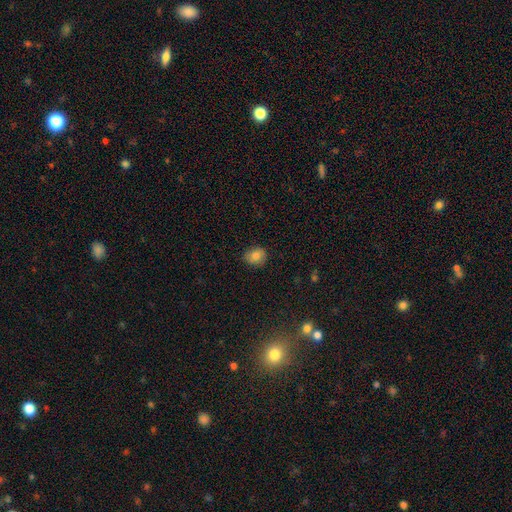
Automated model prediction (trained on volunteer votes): smooth-or-featured: smooth: 81% | star or artifact: 10% | featured or disk: 9%
  how-rounded: round: 70% | in between: 29% | cigar-shaped: 1%
  merging: none: 80% | minor disturbance: 16% | major disturbance: 3% | merger: 1%